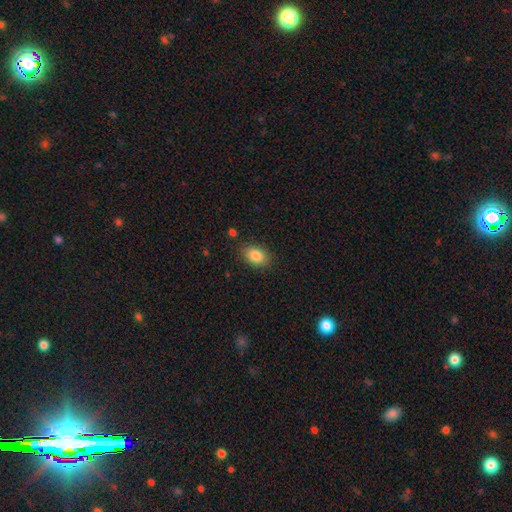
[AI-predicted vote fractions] A smooth galaxy with no disk features (85%) that is in between round and cigar-shaped (83%). Merging: none (84%).